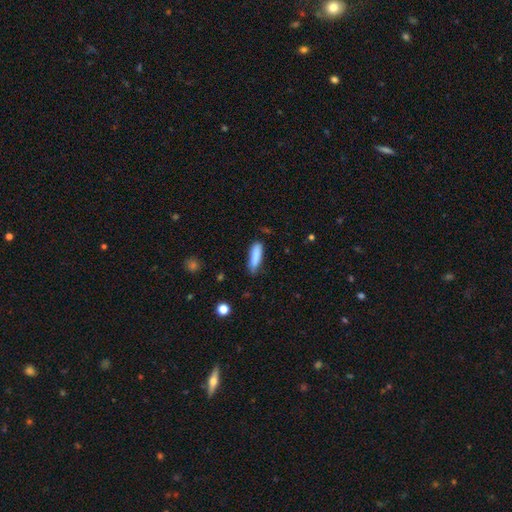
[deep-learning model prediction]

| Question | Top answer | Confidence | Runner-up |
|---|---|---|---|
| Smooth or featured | smooth | 85% | featured or disk (8%) |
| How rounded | cigar-shaped | 63% | in between (36%) |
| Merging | none | 71% | minor disturbance (22%) |